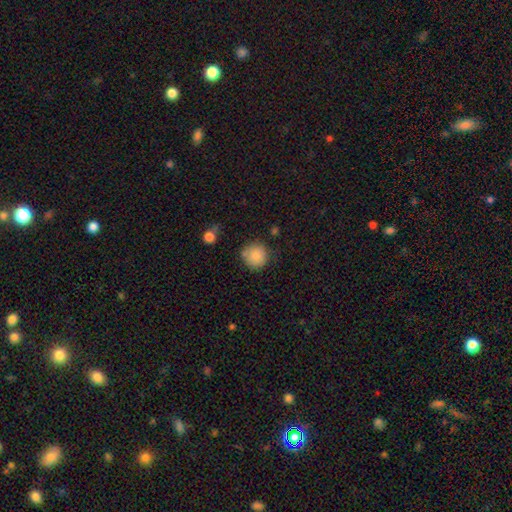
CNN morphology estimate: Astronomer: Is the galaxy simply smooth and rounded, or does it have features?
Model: smooth — 84%.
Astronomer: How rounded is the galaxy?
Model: round — 92%.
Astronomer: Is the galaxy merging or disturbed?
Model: none — 74%.